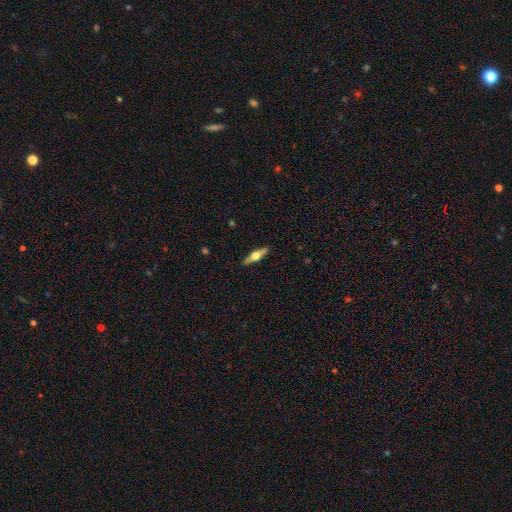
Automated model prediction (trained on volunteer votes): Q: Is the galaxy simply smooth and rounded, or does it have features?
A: featured or disk — 69%.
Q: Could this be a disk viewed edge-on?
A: yes — 97%.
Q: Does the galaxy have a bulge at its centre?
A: rounded — 95%.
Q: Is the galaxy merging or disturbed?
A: none — 91%.